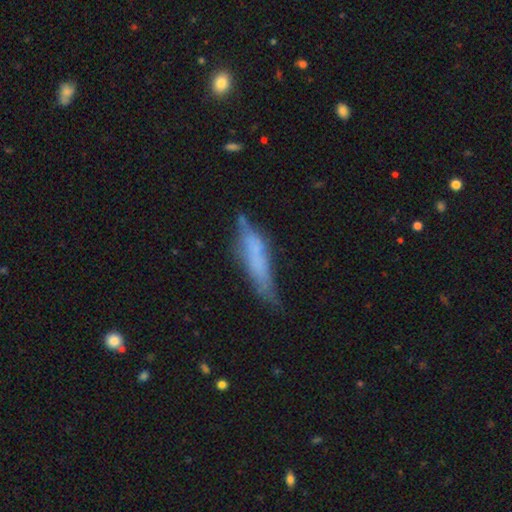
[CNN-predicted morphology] smooth 55%, featured or disk 36%, star or artifact 9%. Down the decision tree: how rounded — cigar-shaped (77%); merging — none (44%).